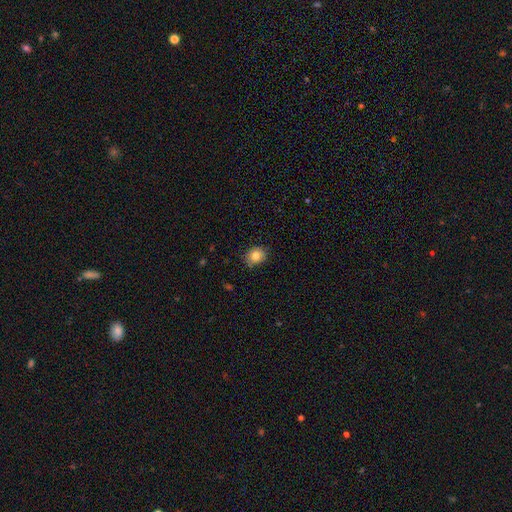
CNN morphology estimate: The model was most divided on "how rounded": round: 63%, in between: 36%, cigar-shaped: 1%. More confident: smooth or featured — smooth (82%); merging — none (78%).